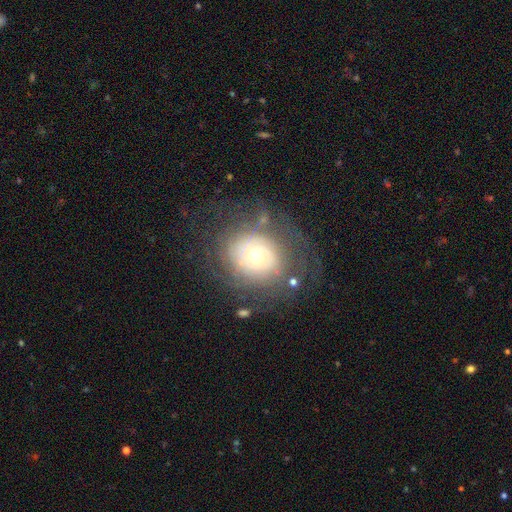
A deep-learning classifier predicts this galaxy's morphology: This appears to be a featured or disk galaxy (65%) with no bar (84%), spiral arms (74%) and a moderate central bulge (52%). Merging: none (65%).